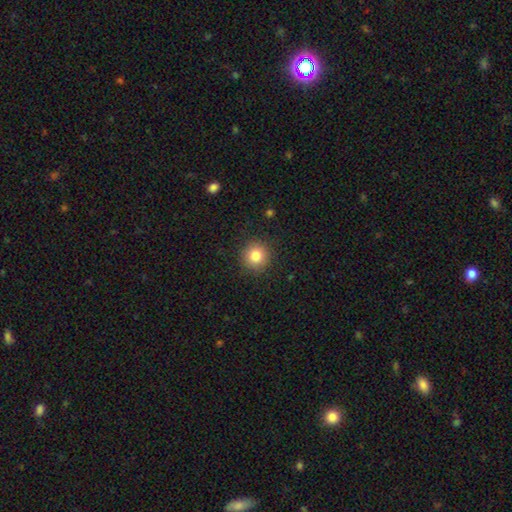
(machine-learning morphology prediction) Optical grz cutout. It shows a smooth galaxy with no disk features (82%) that is round (92%). Merging: none (90%).